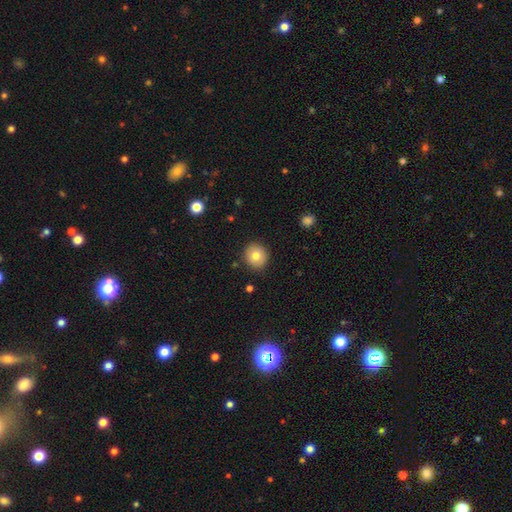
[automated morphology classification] A smooth galaxy with no disk features (77%) that is round (89%). Merging: none (89%).